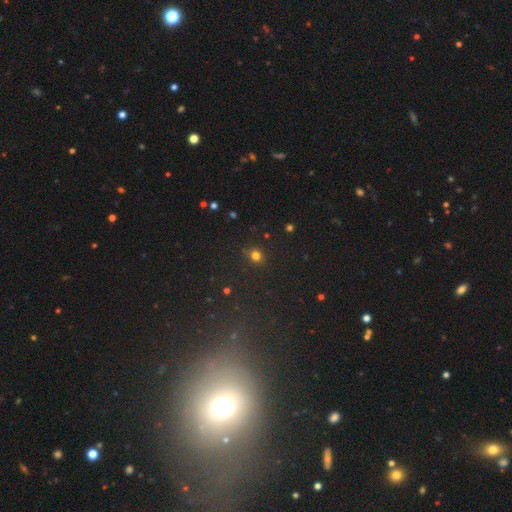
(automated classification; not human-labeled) A smooth galaxy with no disk features (76%) that is round (81%). Merging: none (84%).